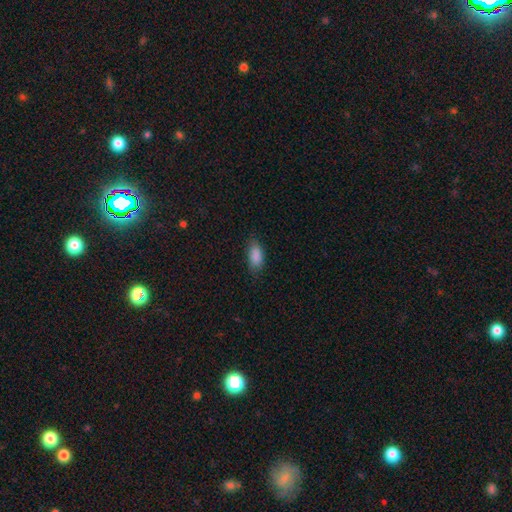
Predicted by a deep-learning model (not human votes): Smooth or featured?
  - smooth: 89% *
  - star or artifact: 7%
  - featured or disk: 4%
How rounded?
  - in between: 91% *
  - cigar-shaped: 6%
  - round: 3%
Merging?
  - none: 79% *
  - minor disturbance: 16%
  - major disturbance: 4%
  - merger: 1%